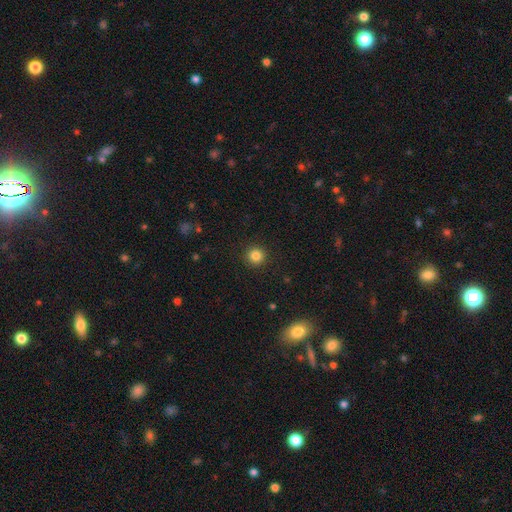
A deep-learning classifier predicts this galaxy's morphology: A smooth galaxy with no disk features (84%) that is round (95%).

Vote fractions:
- Smooth or featured? smooth: 84% / star or artifact: 12% / featured or disk: 4%
- How rounded? round: 95% / in between: 4% / cigar-shaped: 1%
- Merging? none: 92% / minor disturbance: 5% / major disturbance: 2% / merger: 1%